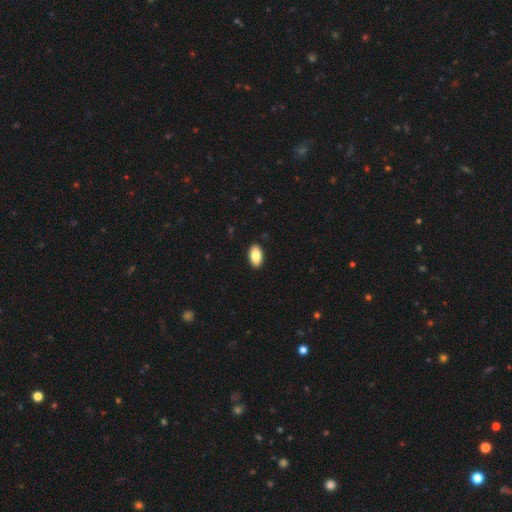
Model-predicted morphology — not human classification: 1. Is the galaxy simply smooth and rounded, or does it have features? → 84% smooth, 9% featured or disk, 7% star or artifact.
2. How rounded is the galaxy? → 94% in between, 4% round, 2% cigar-shaped.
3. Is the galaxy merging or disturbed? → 91% none, 7% minor disturbance, 2% major disturbance, 1% merger.